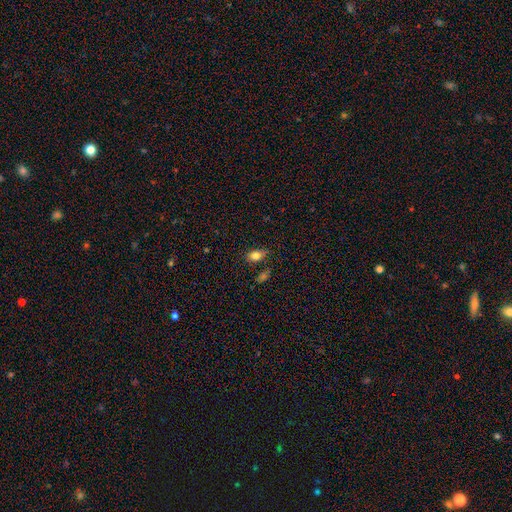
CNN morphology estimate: smooth_or_featured: smooth (p=0.81) [alt: star or artifact p=0.10]
how_rounded: in between (p=0.80) [alt: round p=0.18]
merging: none (p=0.72) [alt: minor disturbance p=0.18]